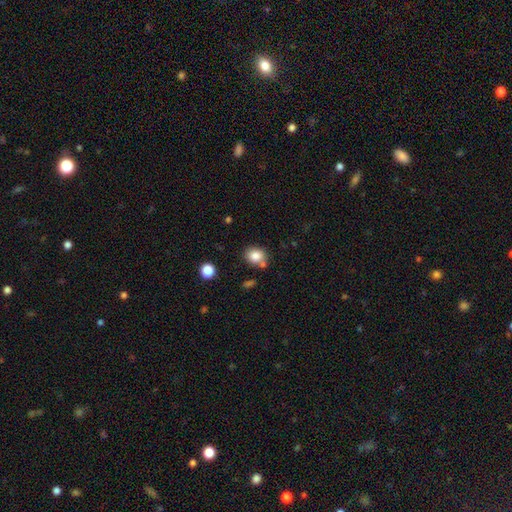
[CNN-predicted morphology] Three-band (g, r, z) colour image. It shows a smooth galaxy with no disk features (83%) that is round (64%). Merging: none (71%).